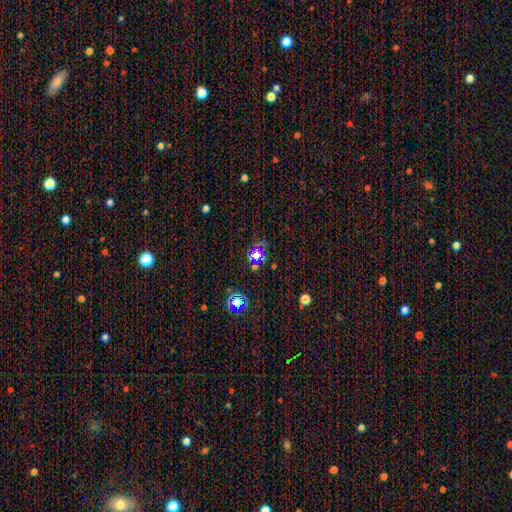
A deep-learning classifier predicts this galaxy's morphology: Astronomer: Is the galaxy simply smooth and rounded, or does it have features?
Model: star or artifact — 66%.